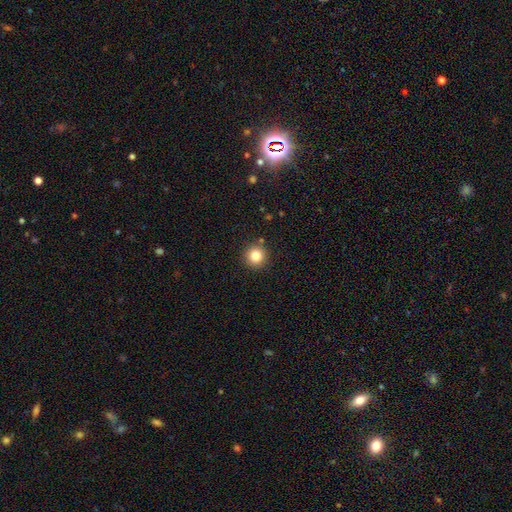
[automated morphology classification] smooth-or-featured: smooth: 83% | star or artifact: 11% | featured or disk: 6%
  how-rounded: round: 95% | in between: 4% | cigar-shaped: 1%
  merging: none: 89% | minor disturbance: 6% | merger: 3% | major disturbance: 2%